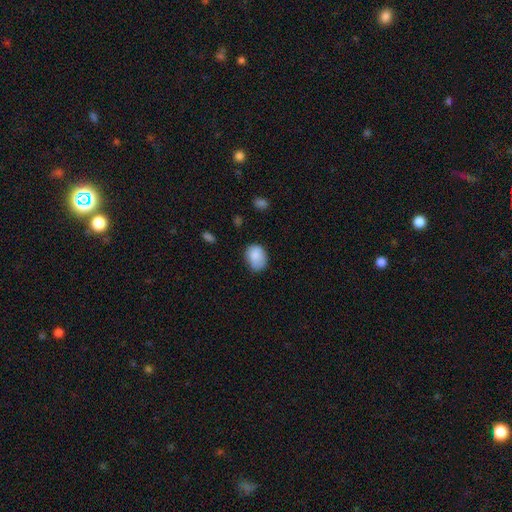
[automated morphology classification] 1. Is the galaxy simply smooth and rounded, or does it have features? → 85% smooth, 8% star or artifact, 8% featured or disk.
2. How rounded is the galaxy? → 67% in between, 32% round, 1% cigar-shaped.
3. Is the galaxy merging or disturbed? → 62% none, 30% minor disturbance, 6% major disturbance, 2% merger.